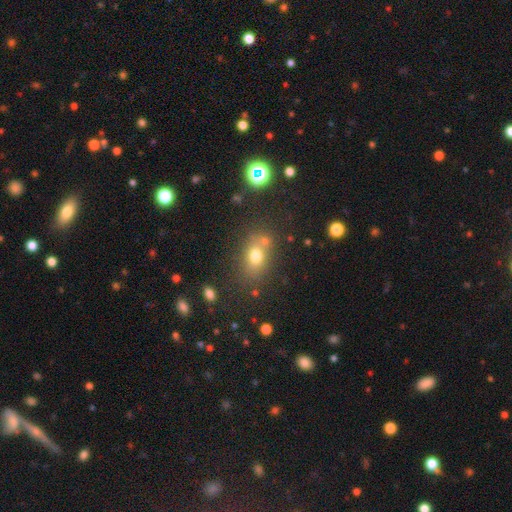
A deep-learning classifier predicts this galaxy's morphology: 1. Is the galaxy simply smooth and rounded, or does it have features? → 71% smooth, 15% star or artifact, 13% featured or disk.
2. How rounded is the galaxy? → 65% in between, 32% round, 3% cigar-shaped.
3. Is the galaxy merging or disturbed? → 64% none, 16% merger, 14% minor disturbance, 6% major disturbance.